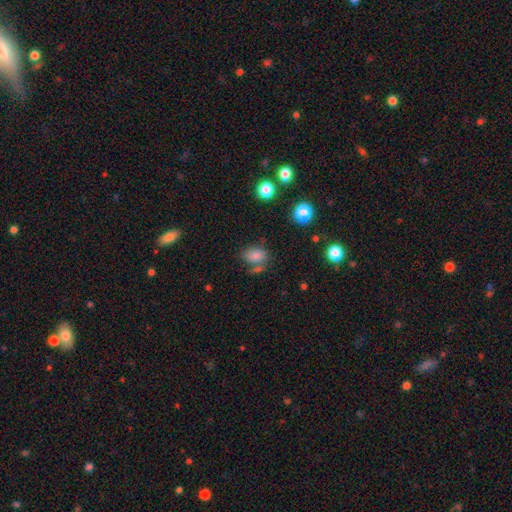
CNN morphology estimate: Q: Smooth or featured?
A: smooth (78%); runner-up: star or artifact (13%)
Q: How rounded?
A: in between (76%); runner-up: round (22%)
Q: Merging?
A: none (54%); runner-up: merger (20%)